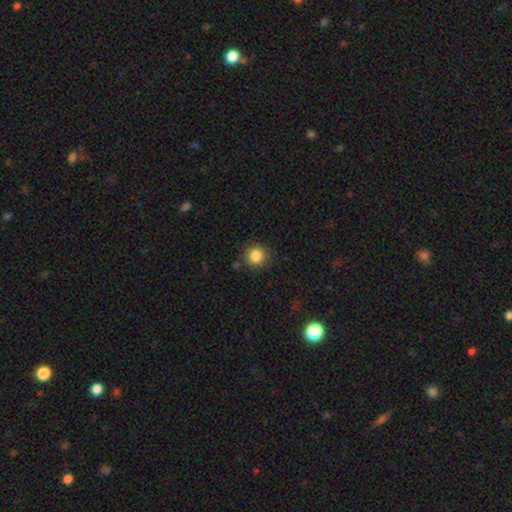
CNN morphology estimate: Smooth or featured? smooth (85%)
How rounded? round (89%)
Merging? none (85%)